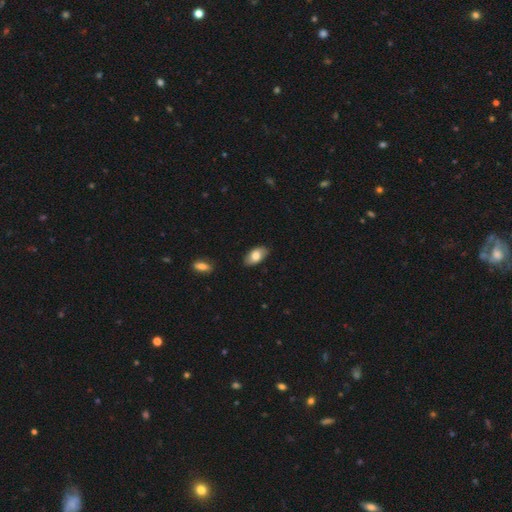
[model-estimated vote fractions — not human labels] This appears to be a smooth galaxy with no disk features (80%) that is in between round and cigar-shaped (94%). Merging: none (85%).